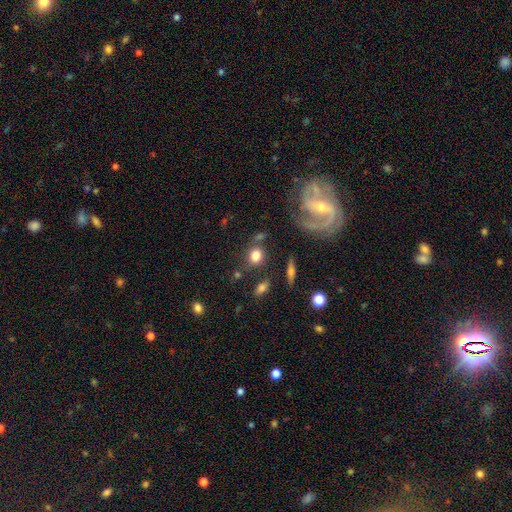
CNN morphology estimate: smooth 76%, featured or disk 13%, star or artifact 11%. Down the decision tree: how rounded — round (68%); merging — none (68%).